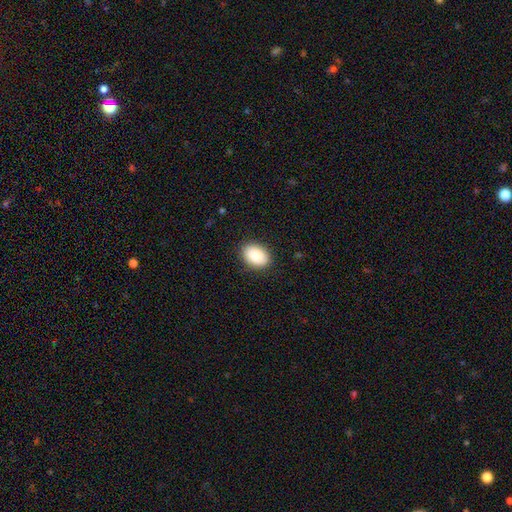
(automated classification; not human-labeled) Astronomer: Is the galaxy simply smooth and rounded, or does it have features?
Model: smooth — 89%.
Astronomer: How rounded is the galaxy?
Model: in between — 83%.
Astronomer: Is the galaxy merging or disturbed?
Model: none — 88%.